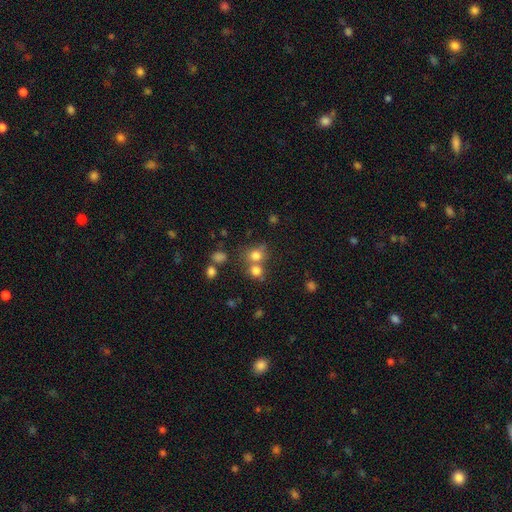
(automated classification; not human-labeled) The model was most divided on "merging": none: 47%, merger: 39%, minor disturbance: 9%, major disturbance: 5%. More confident: how rounded — round (77%); smooth or featured — smooth (74%).